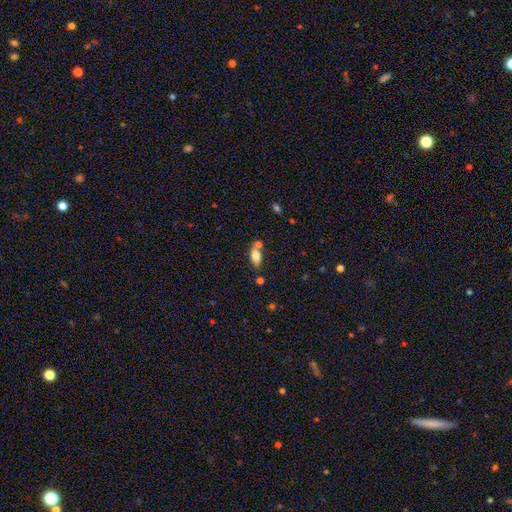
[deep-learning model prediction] This appears to be a smooth galaxy with no disk features (78%) that is in between round and cigar-shaped (87%). Merging: none (56%).